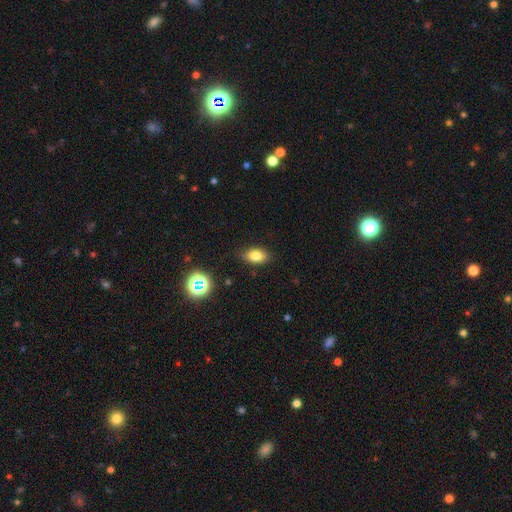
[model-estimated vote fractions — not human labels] Overall: smooth (79%). How rounded: in between (87%). Merging: none (86%).